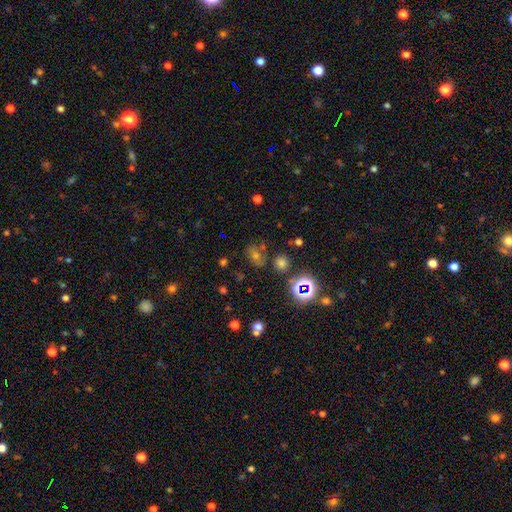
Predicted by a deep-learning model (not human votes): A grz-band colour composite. It shows a star or artifact, not a galaxy (45%).